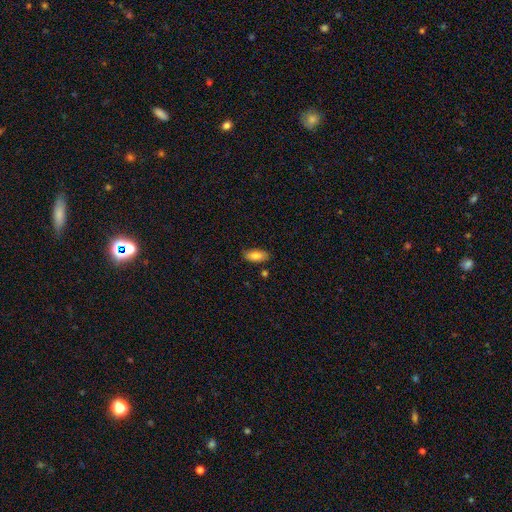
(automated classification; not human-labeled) Smooth or featured? smooth (82%)
How rounded? in between (86%)
Merging? none (82%)